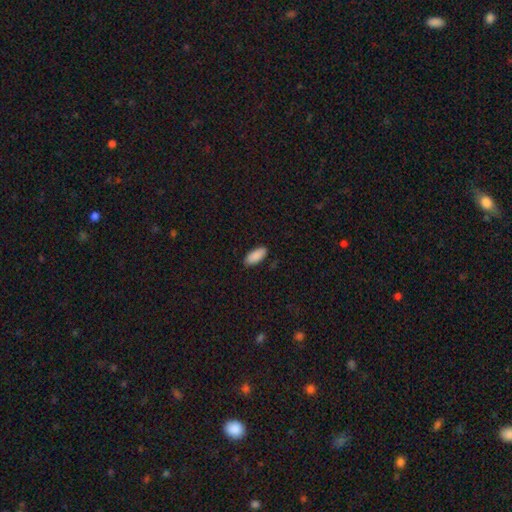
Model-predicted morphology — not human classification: Overall: smooth (90%). How rounded: in between (87%). Merging: none (88%).